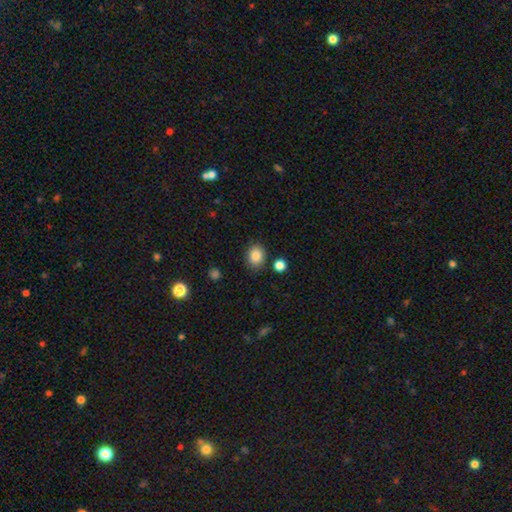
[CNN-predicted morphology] Smooth or featured: smooth — 85% (star or artifact — 9%)
How rounded: round — 53% (in between — 46%)
Merging: none — 85% (minor disturbance — 9%)